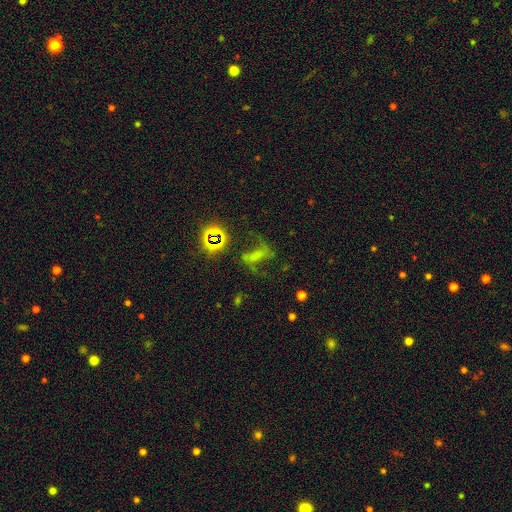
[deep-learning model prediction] smooth-or-featured: star or artifact: 36% | smooth: 32% | featured or disk: 32%